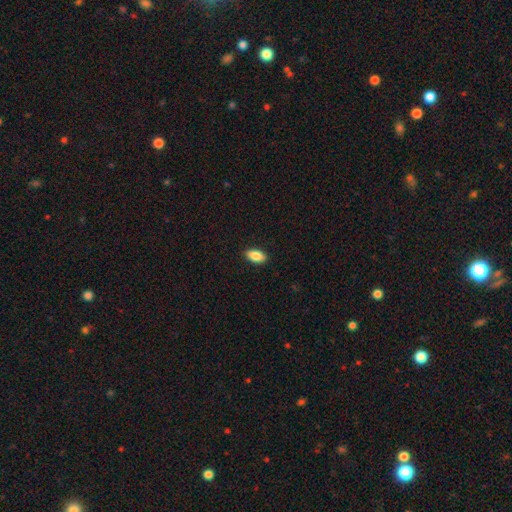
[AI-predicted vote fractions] Morphology: type=smooth (88%); roundness=in between (91%); merging=none (89%).